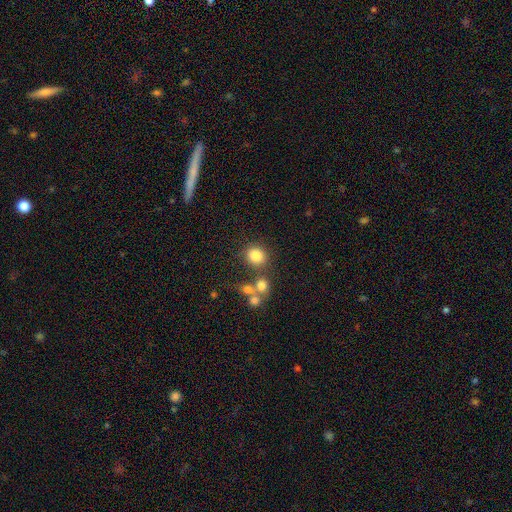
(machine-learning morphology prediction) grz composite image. It shows a smooth galaxy with no disk features (80%) that is round (79%). Merging: none (70%).